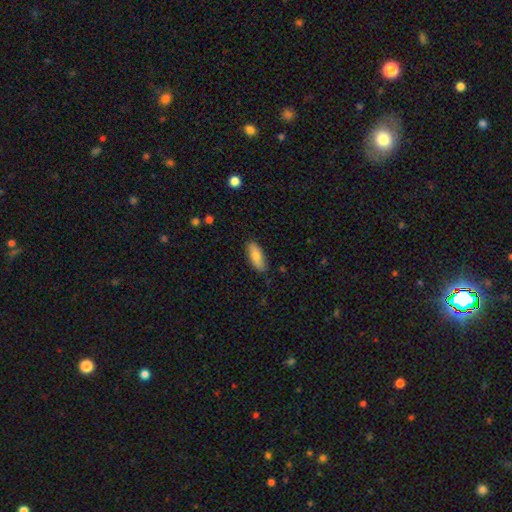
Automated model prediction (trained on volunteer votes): This appears to be a smooth galaxy with no disk features (81%) that is in between round and cigar-shaped (77%). Merging: none (84%).